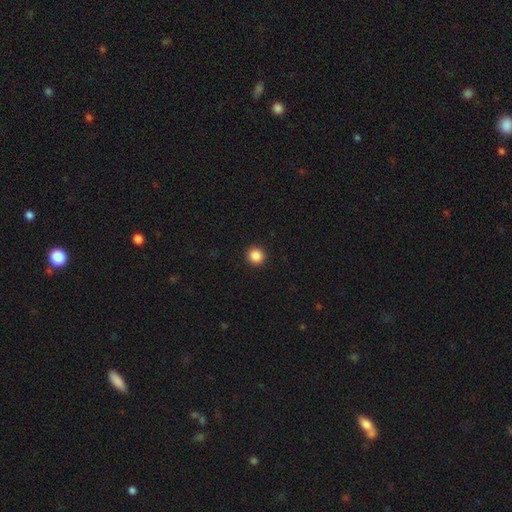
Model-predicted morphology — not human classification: smooth 87%, star or artifact 10%, featured or disk 3%. Down the decision tree: how rounded — round (93%); merging — none (93%).